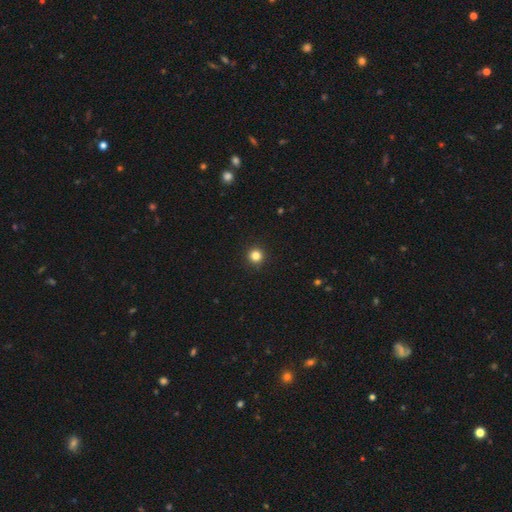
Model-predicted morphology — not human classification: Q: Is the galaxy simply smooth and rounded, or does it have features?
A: smooth — 82%.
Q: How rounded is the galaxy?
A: round — 96%.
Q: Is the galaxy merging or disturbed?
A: none — 94%.